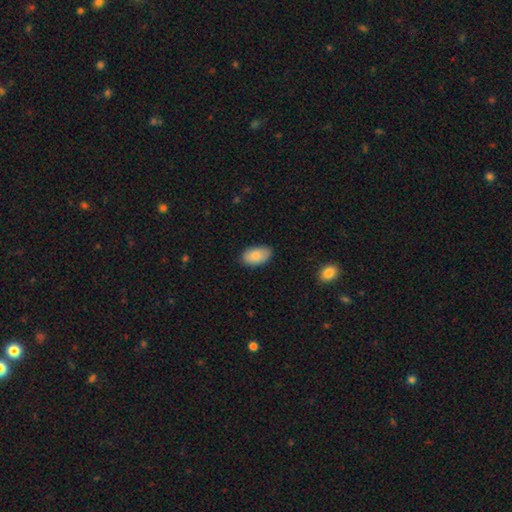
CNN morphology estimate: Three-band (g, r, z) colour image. It shows a smooth galaxy with no disk features (83%) that is in between round and cigar-shaped (94%). Merging: none (83%).